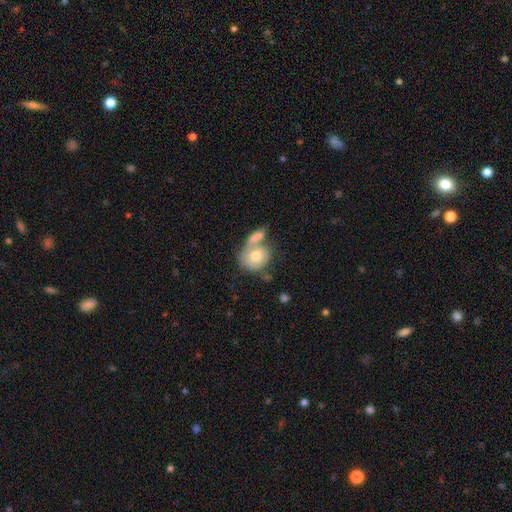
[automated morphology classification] smooth-or-featured: smooth: 67% | featured or disk: 26% | star or artifact: 7%
  how-rounded: round: 69% | in between: 30% | cigar-shaped: 1%
  merging: merger: 47% | none: 33% | minor disturbance: 12% | major disturbance: 7%